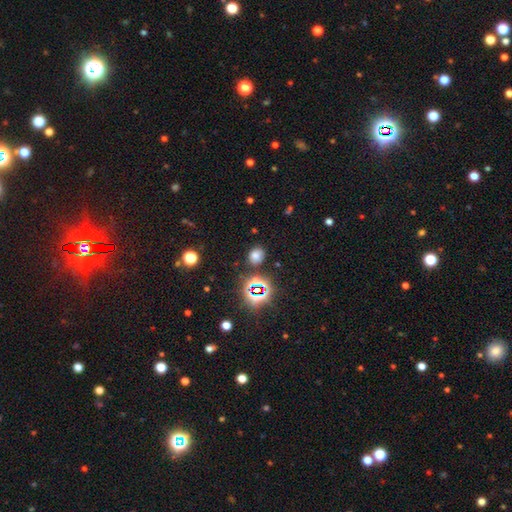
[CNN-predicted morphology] Smooth or featured? smooth (65%)
How rounded? round (58%)
Merging? none (82%)